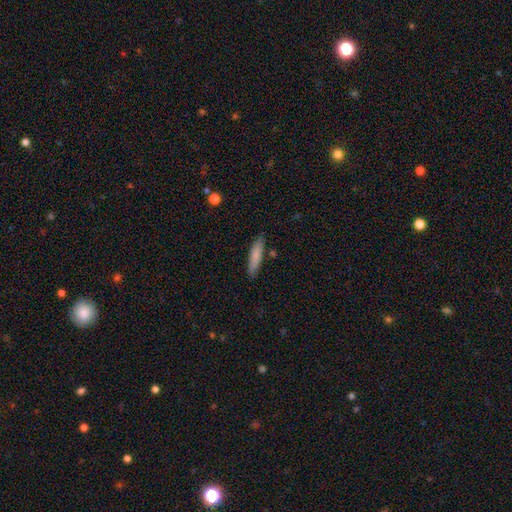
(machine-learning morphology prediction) Smooth or featured? Predicted: smooth (p=0.81). How rounded? Predicted: cigar-shaped (p=0.81). Merging? Predicted: none (p=0.84).